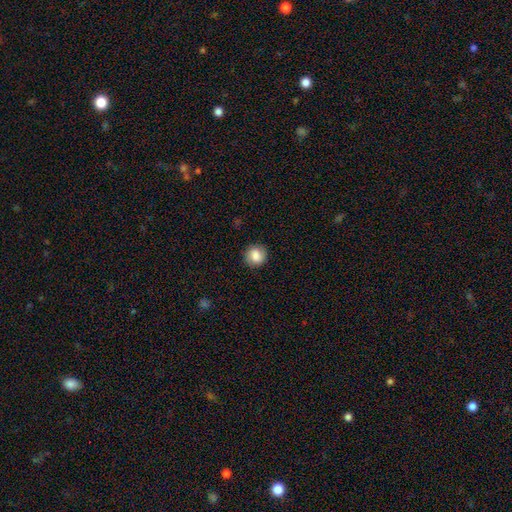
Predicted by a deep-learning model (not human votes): Smooth or featured? smooth (81%)
How rounded? round (85%)
Merging? none (86%)